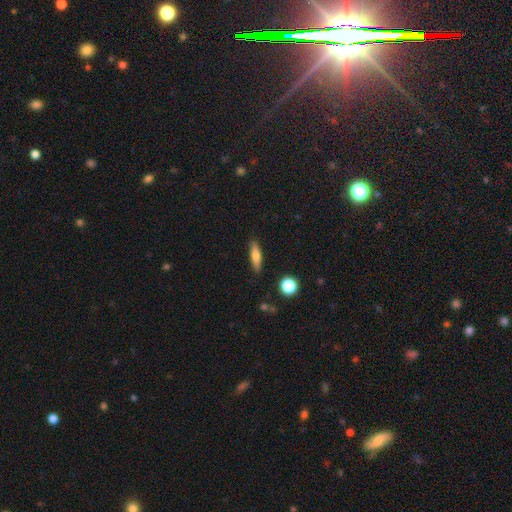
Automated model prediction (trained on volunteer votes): The model was most divided on "how rounded": cigar-shaped: 68%, in between: 29%, round: 3%. More confident: merging — none (86%); smooth or featured — smooth (69%).